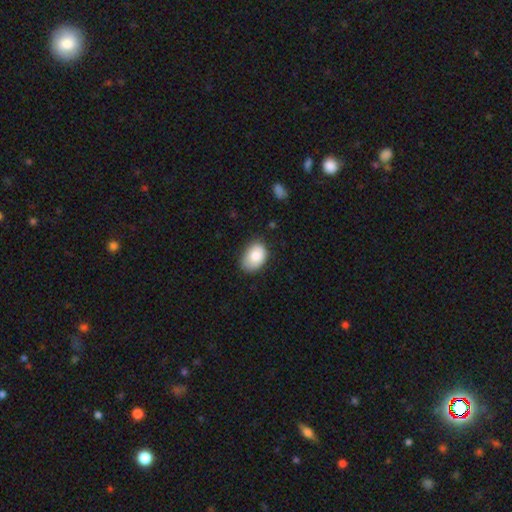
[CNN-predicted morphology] smooth 82%, featured or disk 11%, star or artifact 7%. Down the decision tree: how rounded — in between (84%); merging — none (71%).